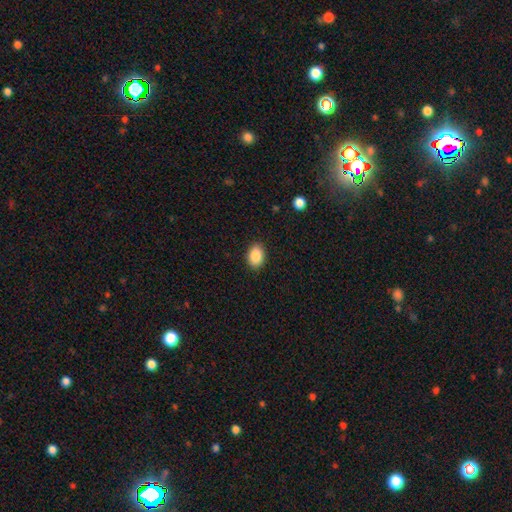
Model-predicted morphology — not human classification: A smooth galaxy with no disk features (88%) that is in between round and cigar-shaped (82%).

Vote fractions:
- Smooth or featured? smooth: 88% / star or artifact: 8% / featured or disk: 4%
- How rounded? in between: 82% / round: 17% / cigar-shaped: 1%
- Merging? none: 89% / minor disturbance: 8% / major disturbance: 2% / merger: 1%